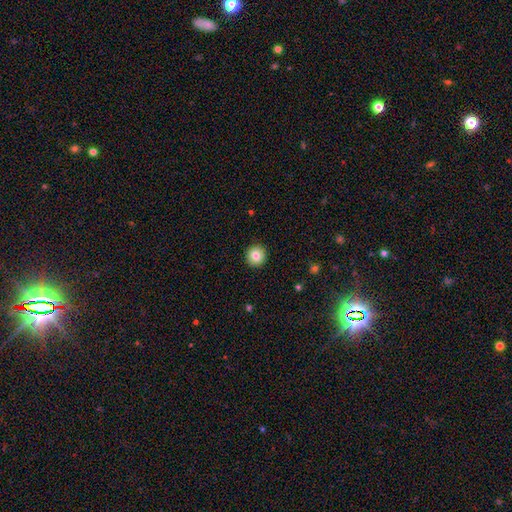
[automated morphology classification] Smooth or featured? Predicted: smooth (p=0.83). How rounded? Predicted: round (p=0.94). Merging? Predicted: none (p=0.93).